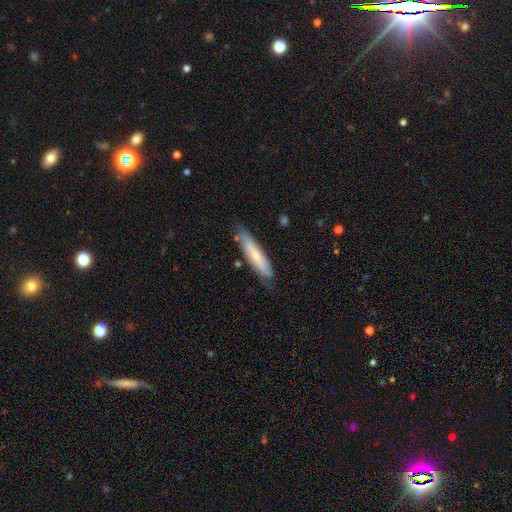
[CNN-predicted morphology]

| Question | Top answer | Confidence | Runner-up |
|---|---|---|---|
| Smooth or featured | smooth | 61% | featured or disk (34%) |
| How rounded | cigar-shaped | 83% | in between (16%) |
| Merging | none | 74% | minor disturbance (20%) |